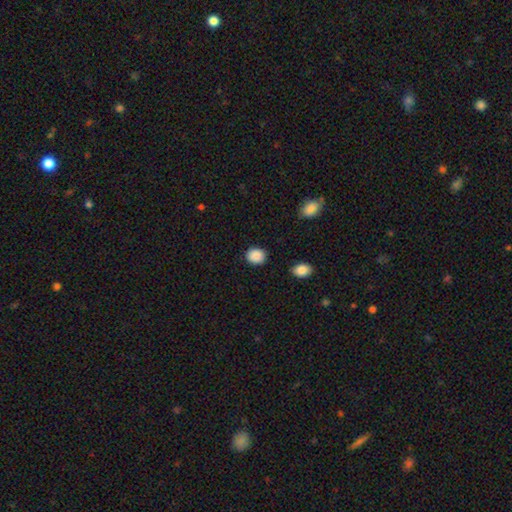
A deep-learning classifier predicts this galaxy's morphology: smooth-or-featured: smooth: 90% | star or artifact: 8% | featured or disk: 3%
  how-rounded: round: 66% | in between: 33% | cigar-shaped: 1%
  merging: none: 87% | minor disturbance: 9% | major disturbance: 2% | merger: 2%